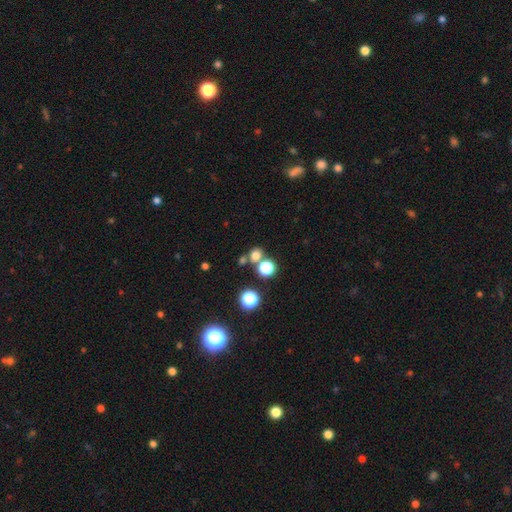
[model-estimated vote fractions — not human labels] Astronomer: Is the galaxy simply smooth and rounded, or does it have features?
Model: smooth — 69%.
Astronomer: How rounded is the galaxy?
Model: round — 75%.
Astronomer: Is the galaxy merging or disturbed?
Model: none — 63%.